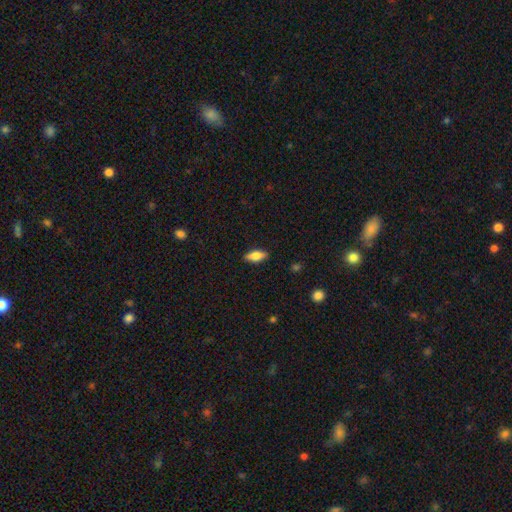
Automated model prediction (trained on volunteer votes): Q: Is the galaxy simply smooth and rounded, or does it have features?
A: smooth — 78%.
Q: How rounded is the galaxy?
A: in between — 79%.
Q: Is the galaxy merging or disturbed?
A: none — 88%.